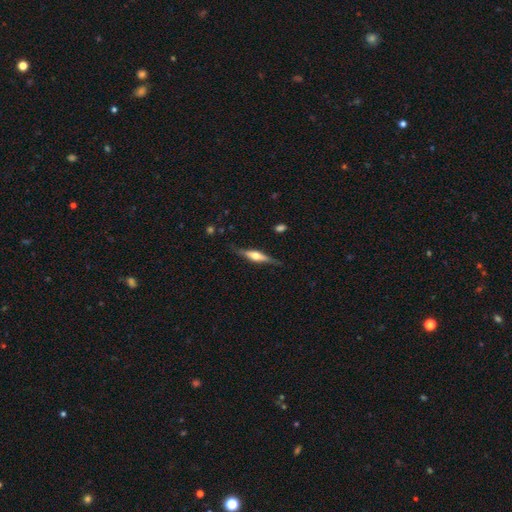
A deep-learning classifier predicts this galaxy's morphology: Q: Smooth or featured?
A: featured or disk (68%); runner-up: smooth (26%)
Q: Edge-on disk?
A: yes (96%); runner-up: no (4%)
Q: Edge-on bulge?
A: rounded (89%); runner-up: boxy (8%)
Q: Merging?
A: none (82%); runner-up: minor disturbance (13%)